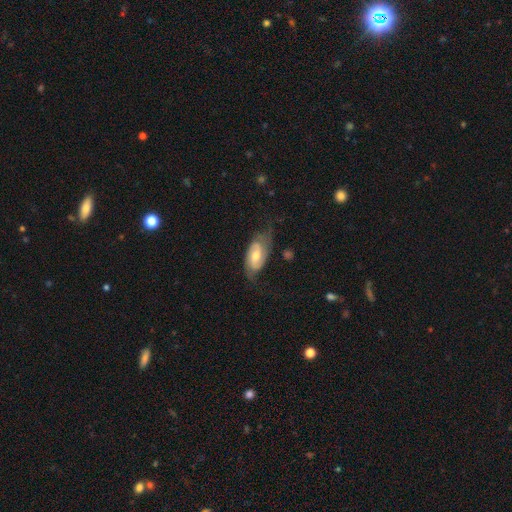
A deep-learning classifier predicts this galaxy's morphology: This is likely a featured or disk galaxy (64%). It is clearly not viewed edge-on (93%). Bar: possibly no (47%). Spiral arm pattern: clearly yes (87%). Spiral arm count: likely 2 (79%). Spiral winding: marginally medium (42%). Central bulge: likely moderate (66%). Merging: possibly none (59%).